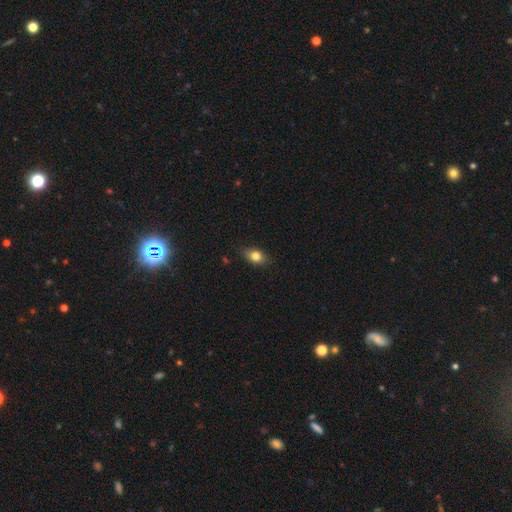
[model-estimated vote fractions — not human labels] This appears to be a smooth galaxy with no disk features (79%) that is in between round and cigar-shaped (70%). Merging: none (81%).